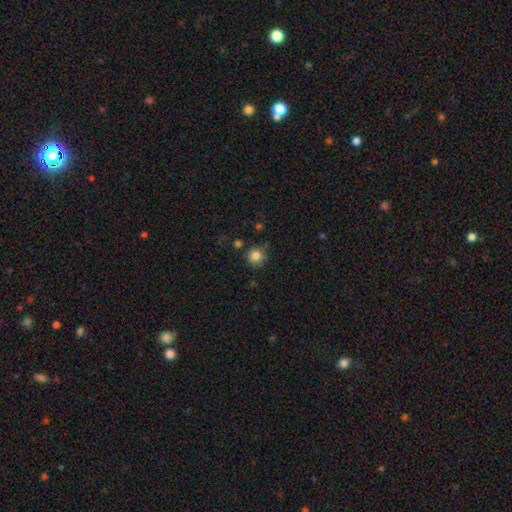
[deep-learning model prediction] smooth-or-featured: smooth: 83% | star or artifact: 11% | featured or disk: 5%
  how-rounded: round: 93% | in between: 6% | cigar-shaped: 1%
  merging: none: 82% | minor disturbance: 11% | merger: 4% | major disturbance: 3%